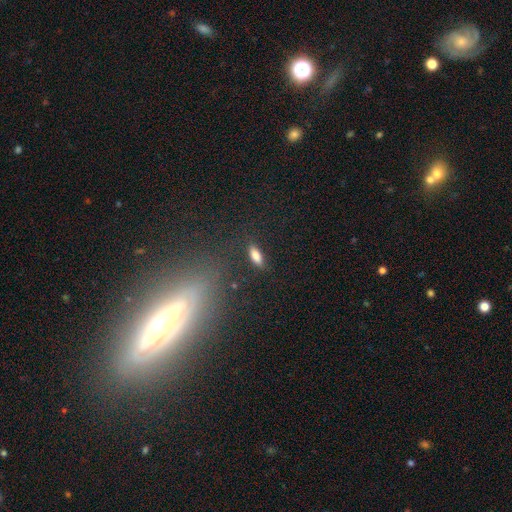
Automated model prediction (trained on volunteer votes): Morphology: type=smooth (83%); roundness=in between (73%); merging=none (84%).